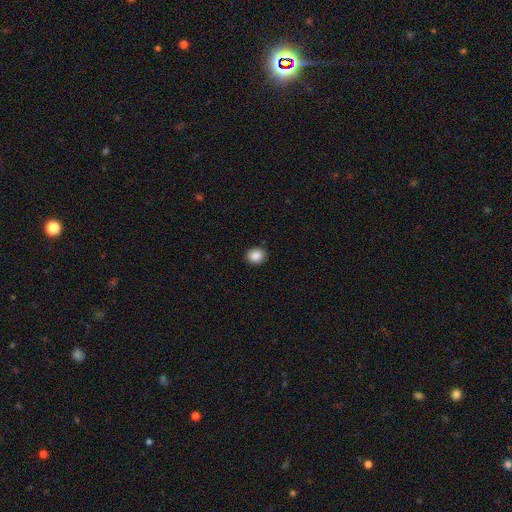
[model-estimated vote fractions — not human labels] Smooth or featured? Predicted: smooth (p=0.88). How rounded? Predicted: round (p=0.65). Merging? Predicted: none (p=0.90).